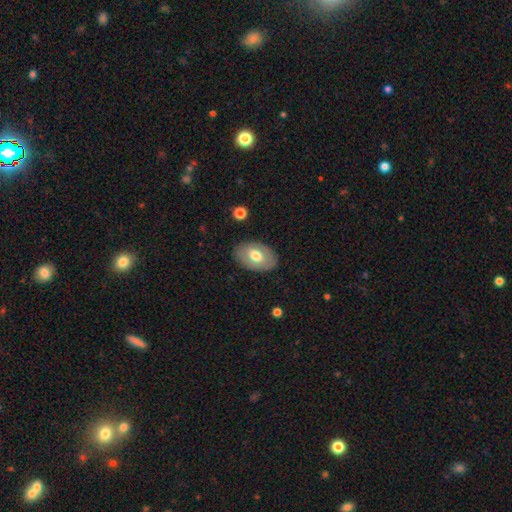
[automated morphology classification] Smooth or featured?
  - smooth: 64% *
  - featured or disk: 30%
  - star or artifact: 6%
How rounded?
  - in between: 88% *
  - round: 11%
  - cigar-shaped: 1%
Merging?
  - none: 85% *
  - minor disturbance: 11%
  - major disturbance: 3%
  - merger: 1%